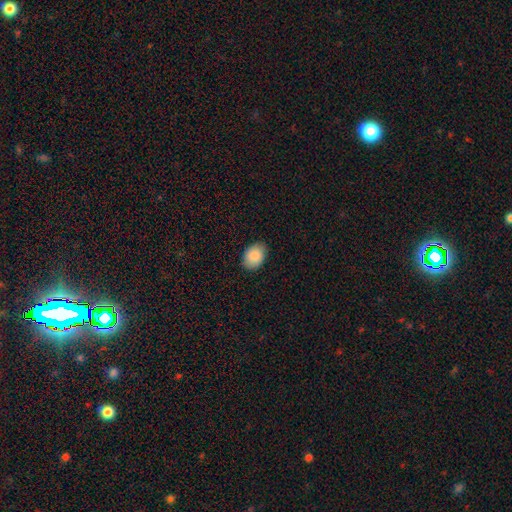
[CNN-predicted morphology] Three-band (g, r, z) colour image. It shows a smooth galaxy with no disk features (89%) that is in between round and cigar-shaped (78%). Merging: none (85%).